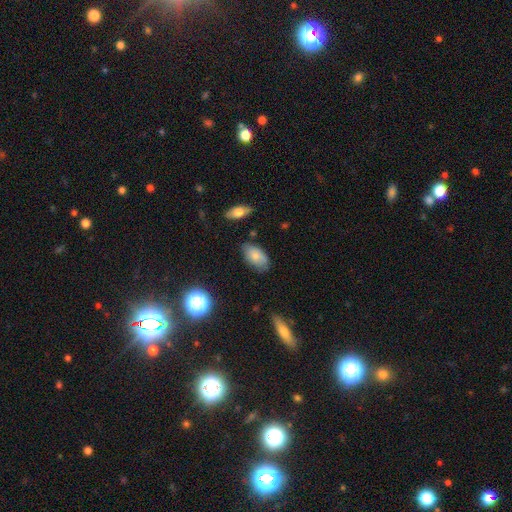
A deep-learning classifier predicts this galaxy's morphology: smooth_or_featured: smooth (p=0.75) [alt: featured or disk p=0.16]
how_rounded: in between (p=0.92) [alt: round p=0.05]
merging: none (p=0.69) [alt: minor disturbance p=0.24]